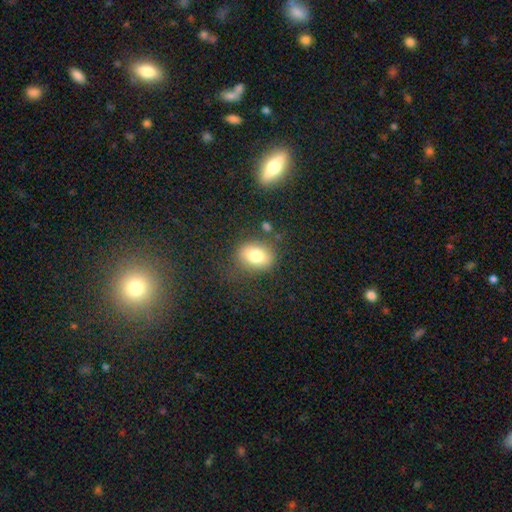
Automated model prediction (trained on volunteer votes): Smooth or featured?
  - smooth: 76% *
  - featured or disk: 14%
  - star or artifact: 10%
How rounded?
  - in between: 61% *
  - round: 38%
  - cigar-shaped: 1%
Merging?
  - none: 74% *
  - minor disturbance: 15%
  - major disturbance: 7%
  - merger: 4%